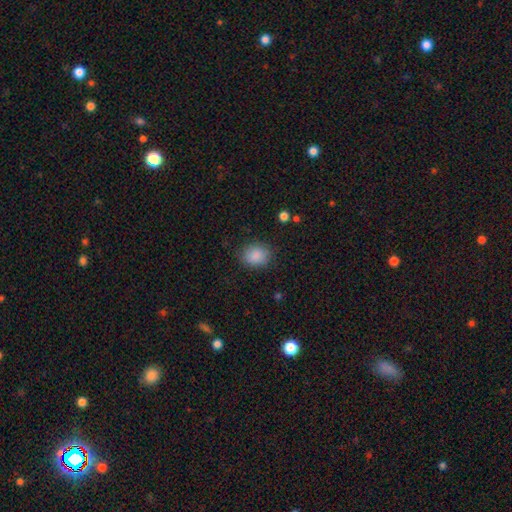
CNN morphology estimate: Smooth or featured: smooth — 88% (star or artifact — 8%)
How rounded: round — 53% (in between — 46%)
Merging: none — 83% (minor disturbance — 12%)